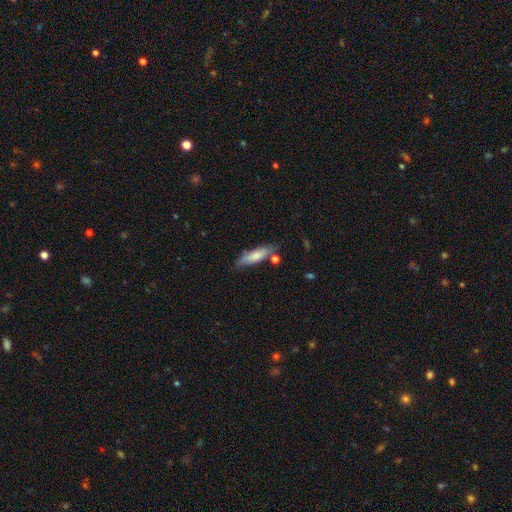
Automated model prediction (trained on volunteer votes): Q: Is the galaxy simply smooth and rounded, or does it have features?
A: smooth — 75%.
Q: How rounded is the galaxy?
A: cigar-shaped — 61%.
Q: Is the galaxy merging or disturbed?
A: none — 69%.